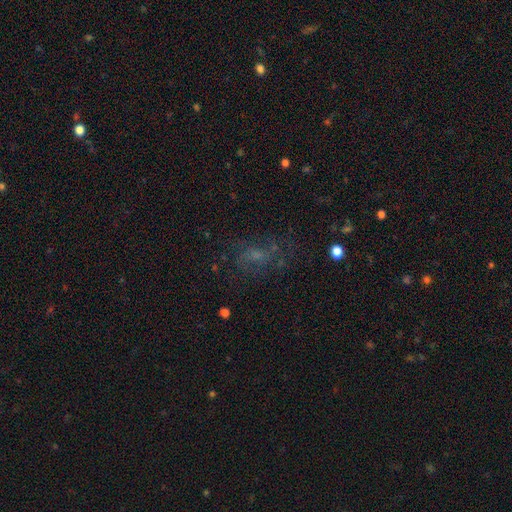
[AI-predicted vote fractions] Overall: featured or disk (42%; smooth 34%). Merging: none (55%; major disturbance 23%).